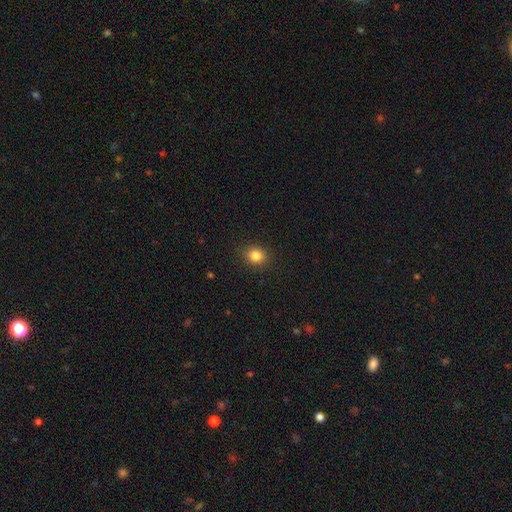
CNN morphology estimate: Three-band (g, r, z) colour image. It shows a smooth galaxy with no disk features (84%) that is round (72%). Merging: none (89%).